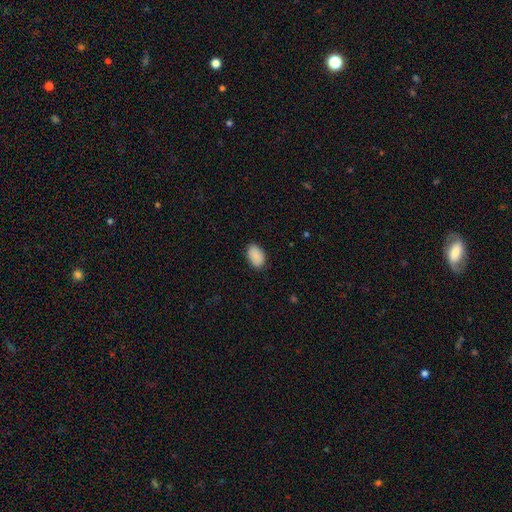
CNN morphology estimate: Q: Smooth or featured?
A: smooth (90%); runner-up: star or artifact (6%)
Q: How rounded?
A: in between (90%); runner-up: round (9%)
Q: Merging?
A: none (85%); runner-up: minor disturbance (12%)